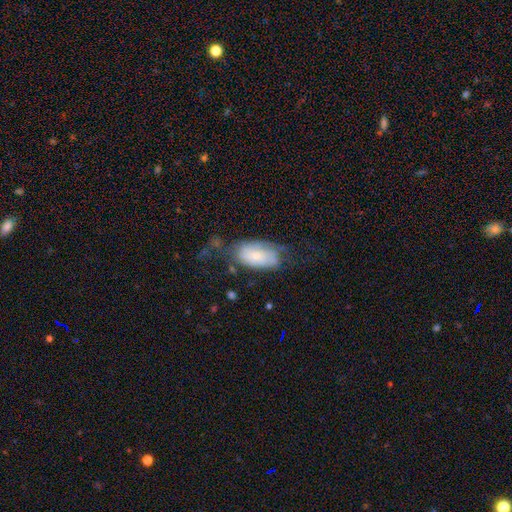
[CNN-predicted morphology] A smooth galaxy with no disk features (52%) that is in between round and cigar-shaped (93%). Merging: none (40%).